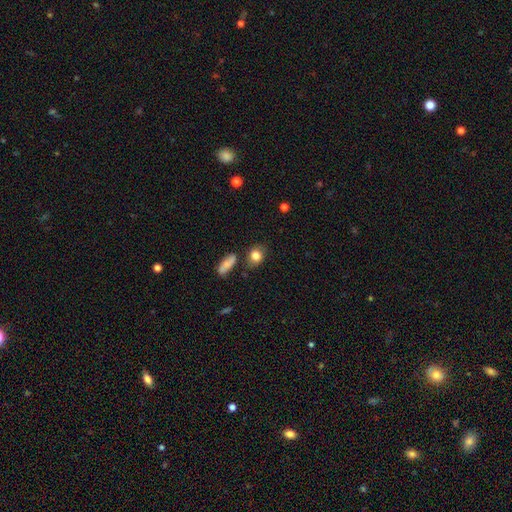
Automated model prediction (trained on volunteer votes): Morphology: type=smooth (82%); roundness=round (53%); merging=none (70%).